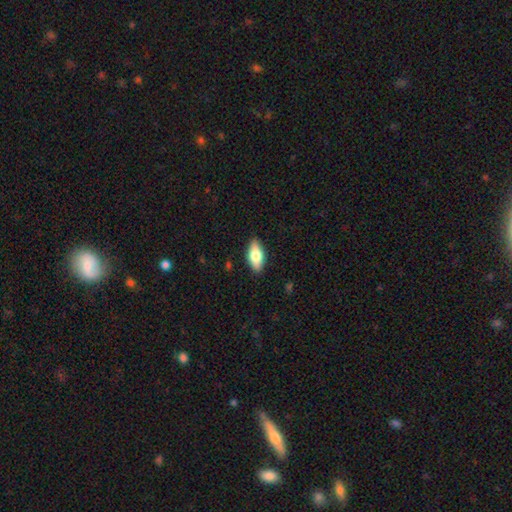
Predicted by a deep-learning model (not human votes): smooth-or-featured: smooth: 69% | featured or disk: 24% | star or artifact: 6%
  how-rounded: in between: 85% | cigar-shaped: 12% | round: 3%
  merging: none: 88% | minor disturbance: 9% | major disturbance: 2% | merger: 1%